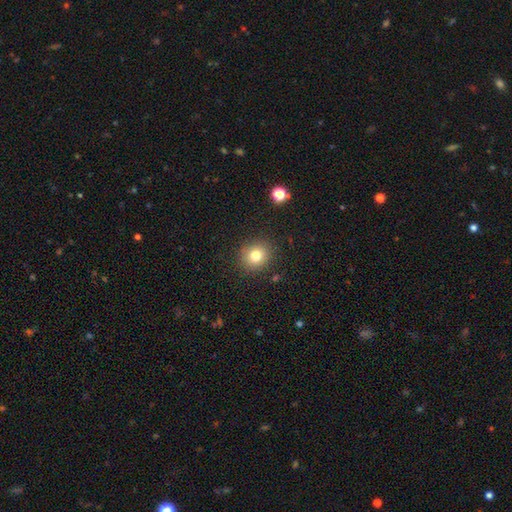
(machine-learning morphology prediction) Smooth or featured? smooth (79%)
How rounded? round (77%)
Merging? none (87%)